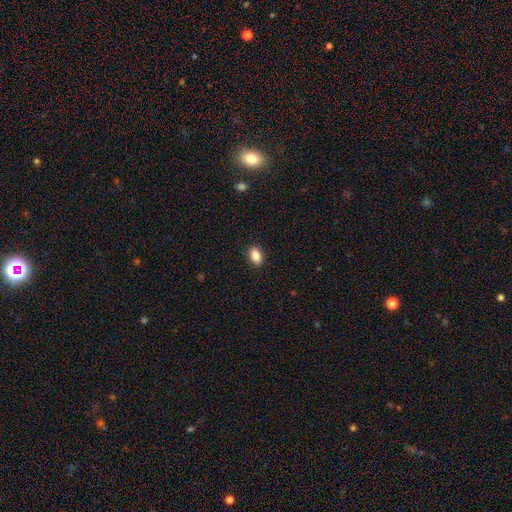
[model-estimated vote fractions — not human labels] This appears to be a smooth galaxy with no disk features (86%) that is in between round and cigar-shaped (87%). Merging: none (89%).